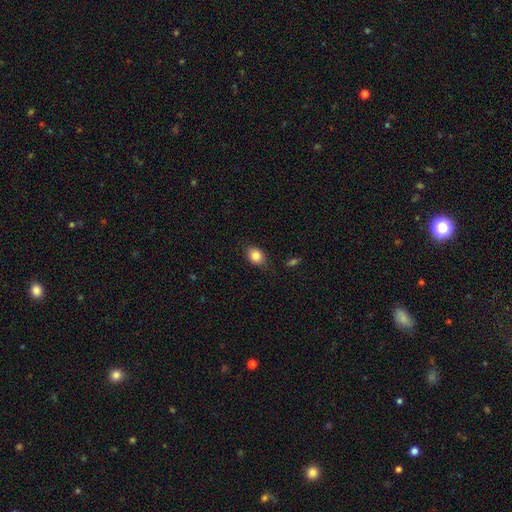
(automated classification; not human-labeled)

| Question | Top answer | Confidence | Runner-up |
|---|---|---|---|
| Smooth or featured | smooth | 84% | star or artifact (9%) |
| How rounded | in between | 63% | round (36%) |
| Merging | none | 78% | minor disturbance (16%) |